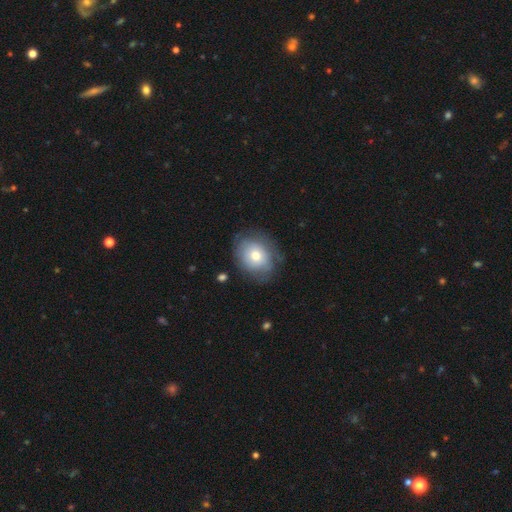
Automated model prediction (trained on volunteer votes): smooth 60%, featured or disk 32%, star or artifact 8%. Down the decision tree: how rounded — round (53%); merging — none (71%).